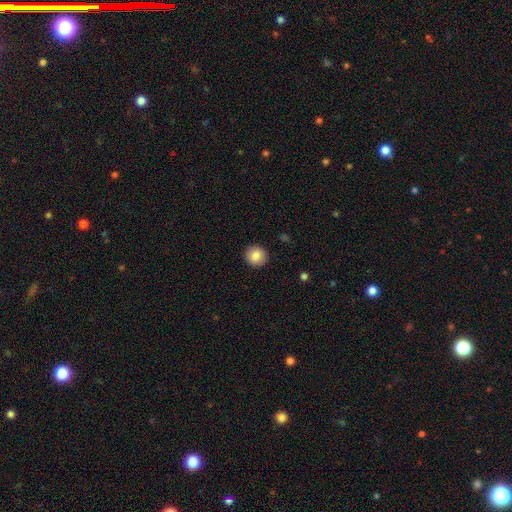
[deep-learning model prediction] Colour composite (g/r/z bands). It shows a smooth galaxy with no disk features (85%) that is round (91%). Merging: none (92%).